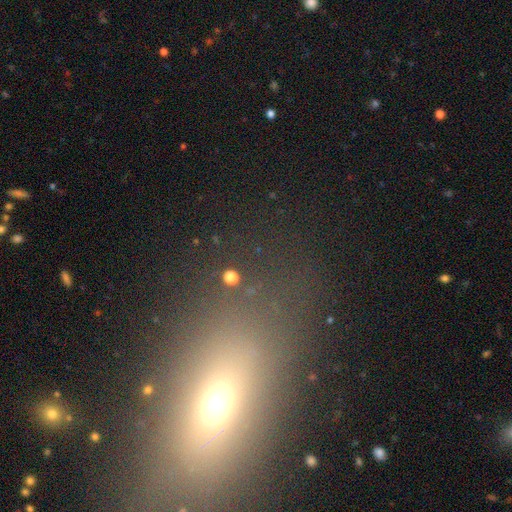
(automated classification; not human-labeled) A smooth galaxy with no disk features (51%) that is in between round and cigar-shaped (63%).

Vote fractions:
- Smooth or featured? smooth: 51% / star or artifact: 33% / featured or disk: 16%
- How rounded? in between: 63% / round: 26% / cigar-shaped: 11%
- Merging? none: 78% / minor disturbance: 11% / major disturbance: 7% / merger: 4%